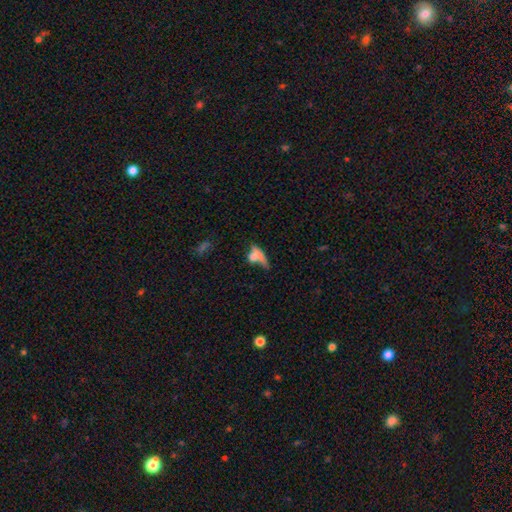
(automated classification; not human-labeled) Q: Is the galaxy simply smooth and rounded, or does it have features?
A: smooth — 61%.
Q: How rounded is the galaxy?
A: in between — 48%.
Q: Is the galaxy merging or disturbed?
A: merger — 35%.